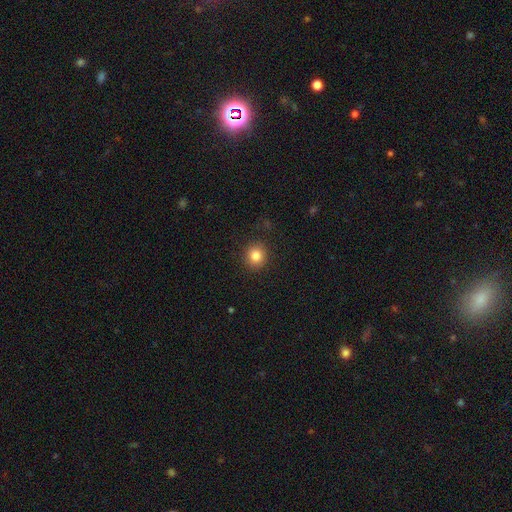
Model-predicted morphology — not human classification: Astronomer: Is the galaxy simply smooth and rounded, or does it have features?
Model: smooth — 84%.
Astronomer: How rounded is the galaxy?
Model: round — 88%.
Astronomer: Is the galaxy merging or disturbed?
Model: none — 90%.